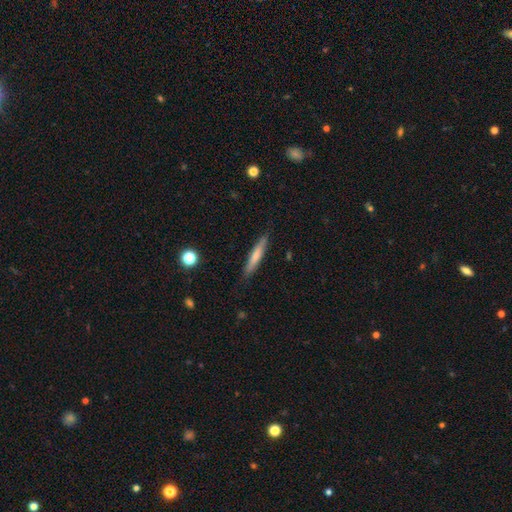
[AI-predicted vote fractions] Overall: smooth (68%). How rounded: cigar-shaped (92%). Merging: none (87%).